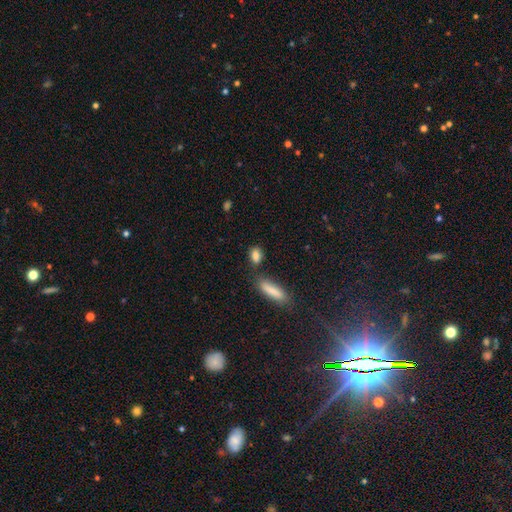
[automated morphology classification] The model was most divided on "how rounded": in between: 68%, round: 18%, cigar-shaped: 14%. More confident: smooth or featured — smooth (83%); merging — none (68%).